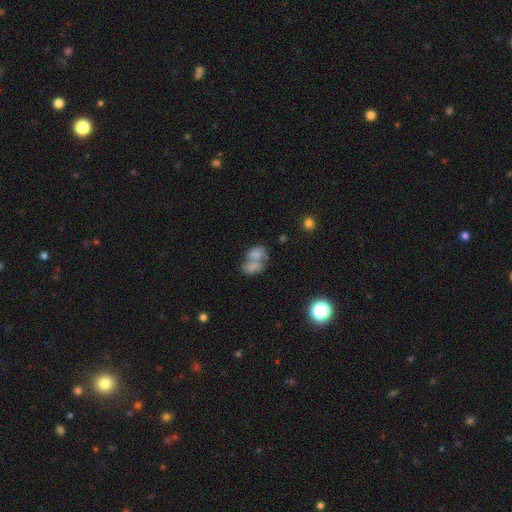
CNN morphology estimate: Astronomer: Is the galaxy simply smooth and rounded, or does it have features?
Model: smooth — 72%.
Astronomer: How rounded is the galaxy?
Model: in between — 82%.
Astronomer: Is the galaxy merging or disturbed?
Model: merger — 68%.